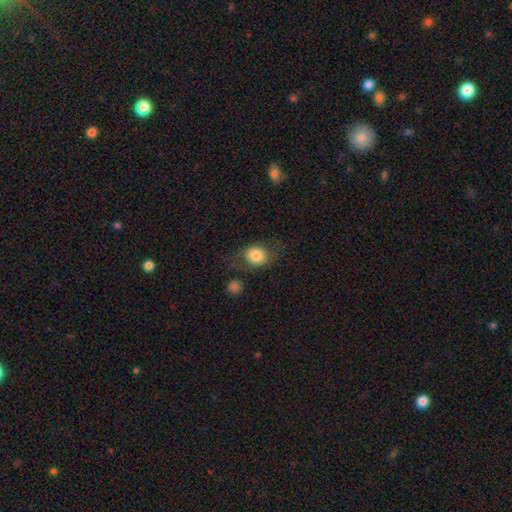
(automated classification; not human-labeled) Smooth or featured? smooth (76%)
How rounded? round (70%)
Merging? none (59%)